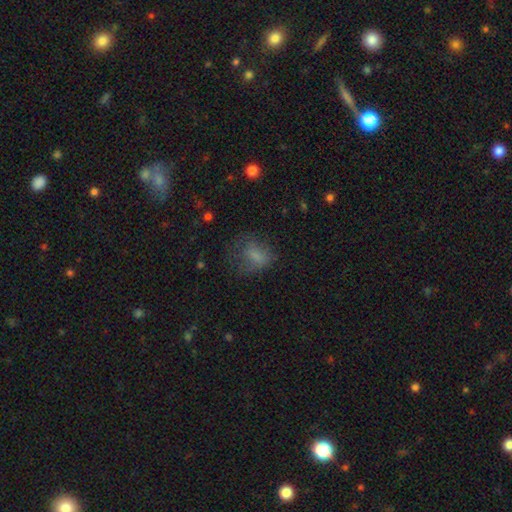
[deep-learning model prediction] smooth_or_featured: smooth (p=0.66) [alt: featured or disk p=0.19]
how_rounded: in between (p=0.63) [alt: round p=0.34]
merging: none (p=0.42) [alt: major disturbance p=0.31]